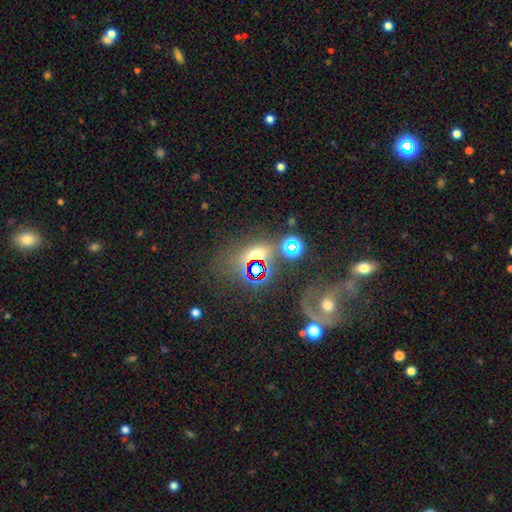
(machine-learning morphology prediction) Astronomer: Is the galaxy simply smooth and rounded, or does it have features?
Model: star or artifact — 52% (runner-up: smooth, 36%).